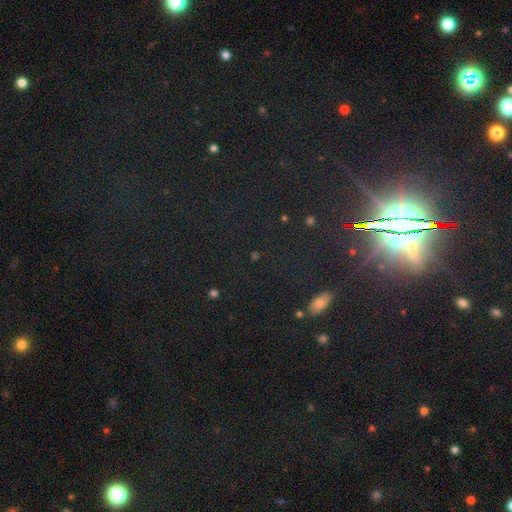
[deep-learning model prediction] Q: Smooth or featured?
A: star or artifact (82%); runner-up: smooth (10%)